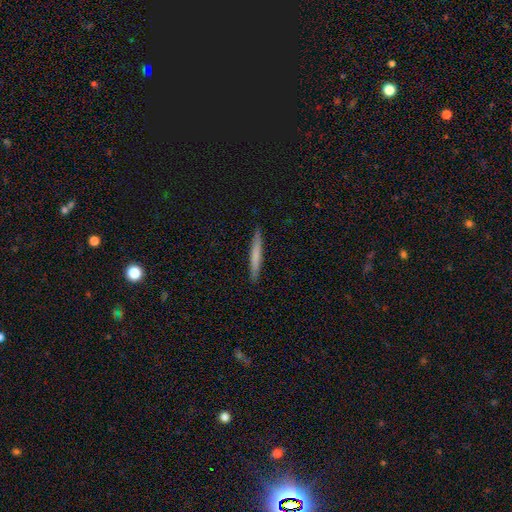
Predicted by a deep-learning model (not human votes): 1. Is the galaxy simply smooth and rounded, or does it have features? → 67% smooth, 27% featured or disk, 5% star or artifact.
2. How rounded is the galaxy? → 96% cigar-shaped, 3% in between, 1% round.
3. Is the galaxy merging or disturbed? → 91% none, 7% minor disturbance, 1% major disturbance, 1% merger.